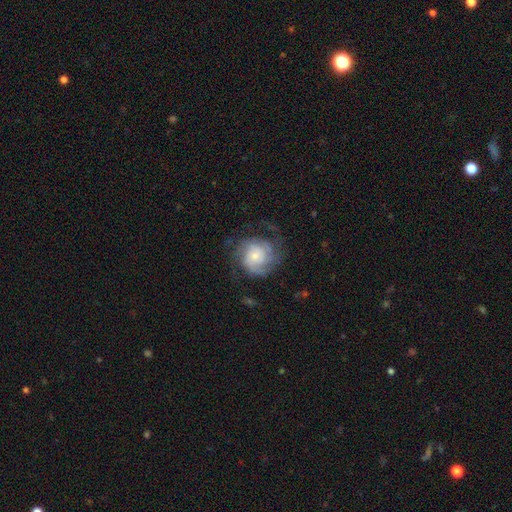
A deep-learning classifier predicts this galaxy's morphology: The model was most divided on "spiral arm count" (2-way tie): 2: 29%, can't tell: 29%, 3: 24%, 4: 8%, 1: 6%, more than 4: 5%. Remaining: edge-on disk — no (98%); spiral arms — yes (92%); bar — no (75%); smooth or featured — featured or disk (71%); merging — none (60%); spiral winding — tight (49%); bulge size — small (47%).